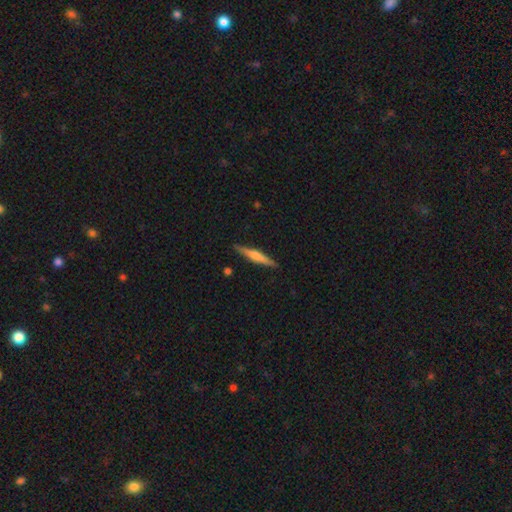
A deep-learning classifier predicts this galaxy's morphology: A featured or disk galaxy (53%) viewed edge-on (97%) with a rounded central bulge (70%). Merging: none (89%).